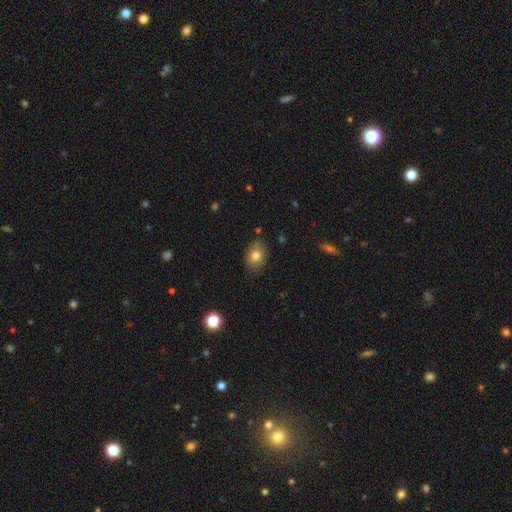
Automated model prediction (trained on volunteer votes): This appears to be a smooth galaxy with no disk features (79%) that is in between round and cigar-shaped (70%). Merging: none (82%).